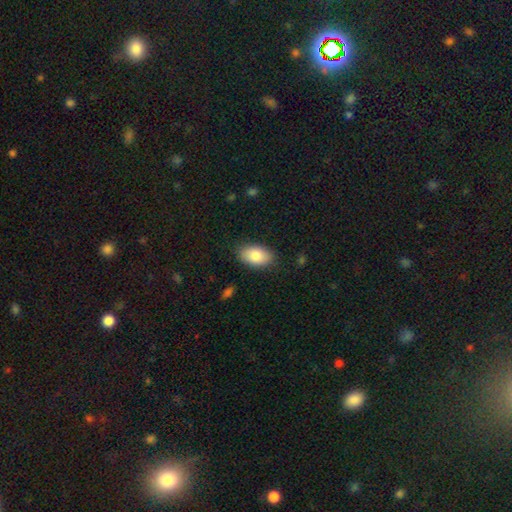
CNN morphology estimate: The model was most divided on "smooth or featured": smooth: 84%, featured or disk: 10%, star or artifact: 7%. More confident: how rounded — in between (93%); merging — none (85%).